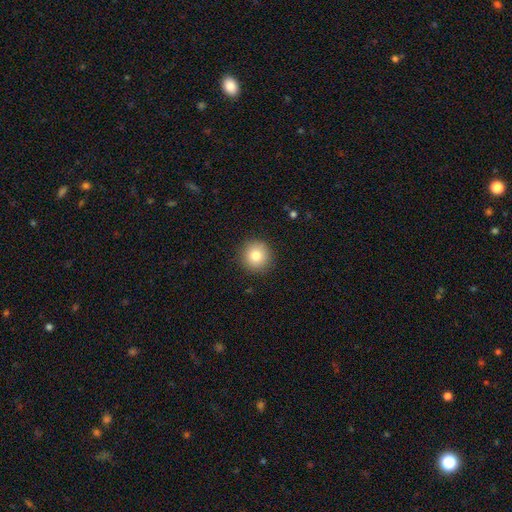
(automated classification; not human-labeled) Smooth or featured? smooth (82%)
How rounded? round (94%)
Merging? none (91%)